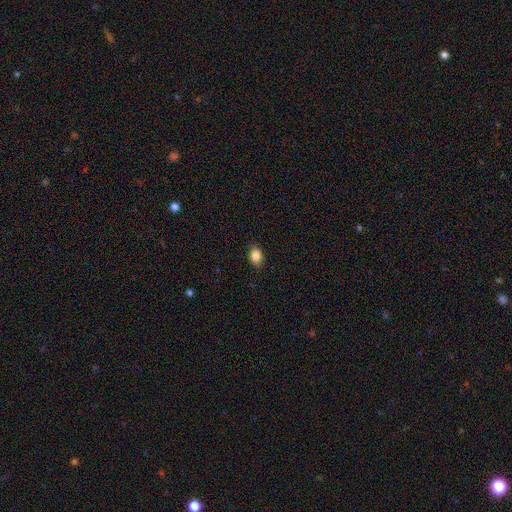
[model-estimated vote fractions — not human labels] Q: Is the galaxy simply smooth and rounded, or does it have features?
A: smooth — 86%.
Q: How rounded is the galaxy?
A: in between — 71%.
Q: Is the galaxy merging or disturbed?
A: none — 87%.